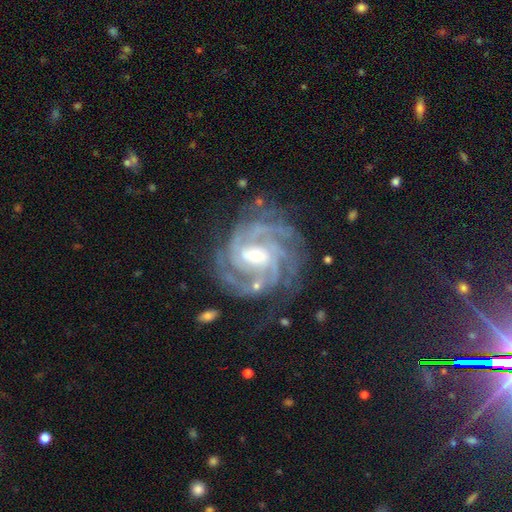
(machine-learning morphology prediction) smooth_or_featured: featured or disk (p=0.92) [alt: star or artifact p=0.05]
disk_edge_on: no (p=0.98) [alt: yes p=0.02]
bar: weak (p=0.48) [alt: no p=0.27]
has_spiral_arms: yes (p=0.98) [alt: no p=0.02]
spiral_winding: tight (p=0.72) [alt: medium p=0.25]
spiral_arm_count: 4 (p=0.29) [alt: 3 p=0.26]
bulge_size: small (p=0.51) [alt: moderate p=0.45]
merging: none (p=0.74) [alt: minor disturbance p=0.16]